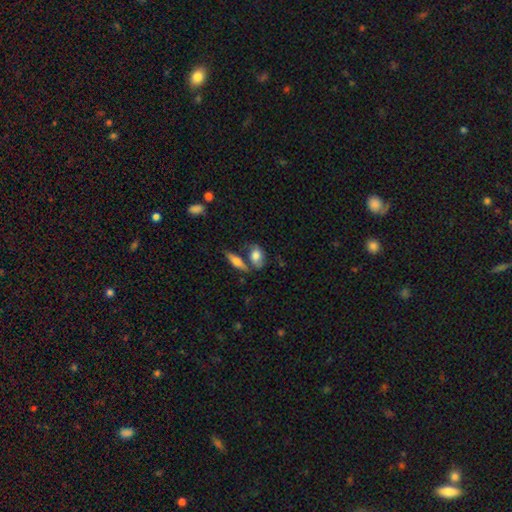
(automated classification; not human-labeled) Morphology: type=smooth (75%); roundness=in between (82%); merging=none (51%).